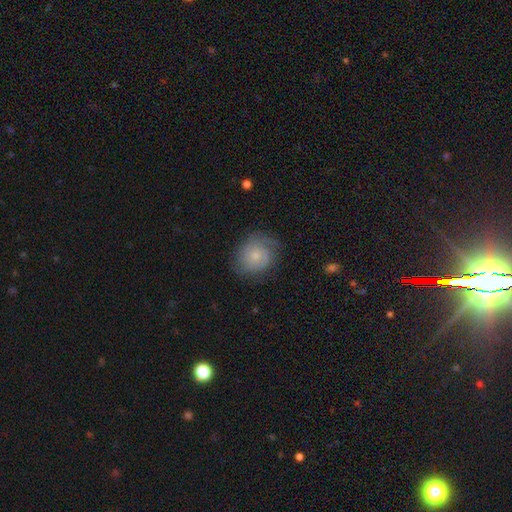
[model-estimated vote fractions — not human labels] smooth 53%, featured or disk 39%, star or artifact 8%. Down the decision tree: how rounded — round (74%); merging — none (66%).